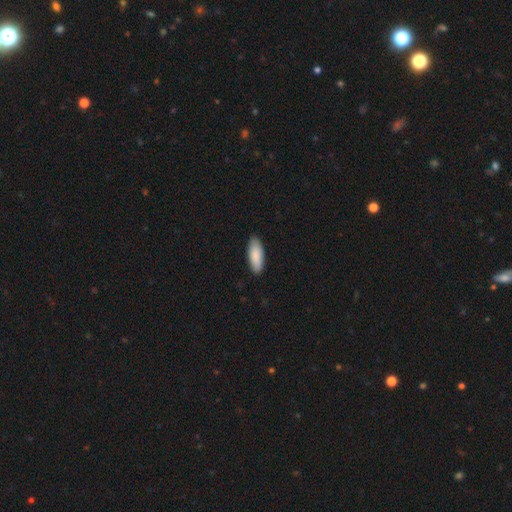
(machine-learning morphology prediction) smooth_or_featured: smooth (p=0.89) [alt: featured or disk p=0.06]
how_rounded: in between (p=0.73) [alt: cigar-shaped p=0.26]
merging: none (p=0.87) [alt: minor disturbance p=0.10]